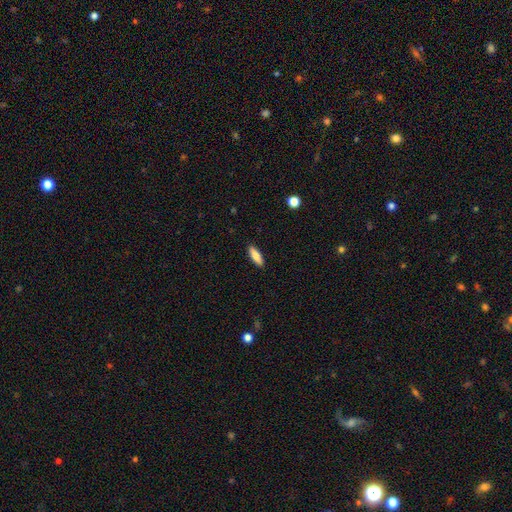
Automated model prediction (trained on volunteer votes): Overall: smooth (82%). How rounded: in between (57%; cigar-shaped 41%). Merging: none (90%).